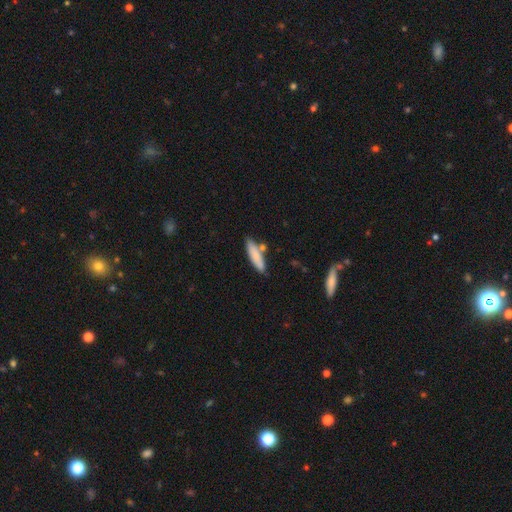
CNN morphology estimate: A smooth galaxy with no disk features (79%) that is cigar-shaped (65%).

Vote fractions:
- Smooth or featured? smooth: 79% / featured or disk: 14% / star or artifact: 6%
- How rounded? cigar-shaped: 65% / in between: 33% / round: 2%
- Merging? none: 70% / minor disturbance: 15% / merger: 12% / major disturbance: 3%